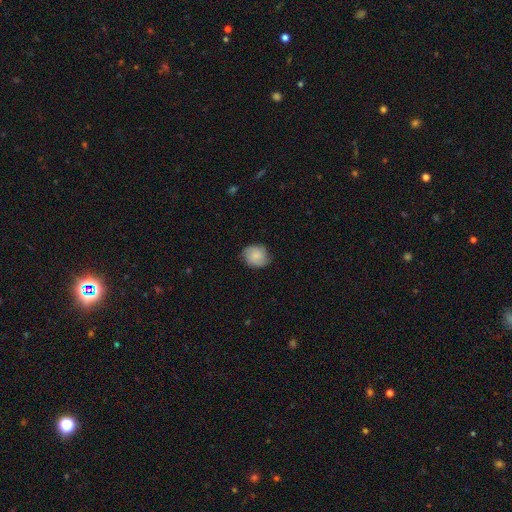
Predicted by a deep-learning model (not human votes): Smooth or featured?
  - smooth: 67% *
  - featured or disk: 25%
  - star or artifact: 8%
How rounded?
  - round: 66% *
  - in between: 33%
  - cigar-shaped: 1%
Merging?
  - none: 78% *
  - minor disturbance: 18%
  - major disturbance: 4%
  - merger: 1%